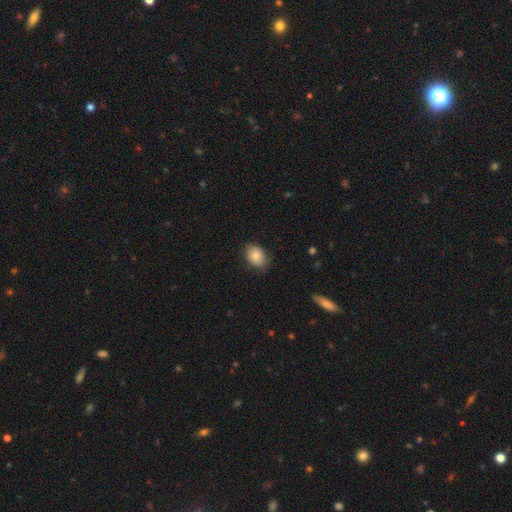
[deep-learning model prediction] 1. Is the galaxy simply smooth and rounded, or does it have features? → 81% smooth, 11% featured or disk, 7% star or artifact.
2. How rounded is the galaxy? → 77% in between, 22% round, 1% cigar-shaped.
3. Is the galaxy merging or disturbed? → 80% none, 16% minor disturbance, 3% major disturbance, 1% merger.